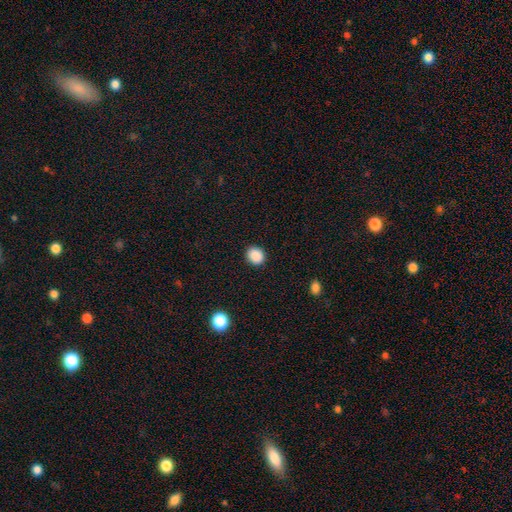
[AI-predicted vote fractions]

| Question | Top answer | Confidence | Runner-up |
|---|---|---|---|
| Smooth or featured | smooth | 89% | star or artifact (9%) |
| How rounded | round | 67% | in between (32%) |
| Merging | none | 91% | minor disturbance (6%) |